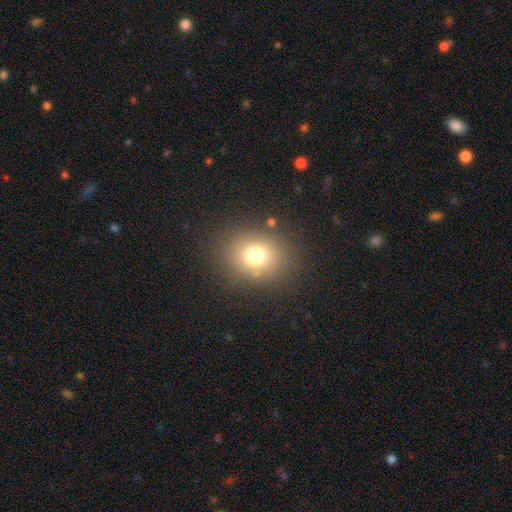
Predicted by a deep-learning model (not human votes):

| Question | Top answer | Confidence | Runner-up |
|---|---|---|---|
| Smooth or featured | smooth | 73% | star or artifact (17%) |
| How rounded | round | 68% | in between (32%) |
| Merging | none | 83% | minor disturbance (9%) |